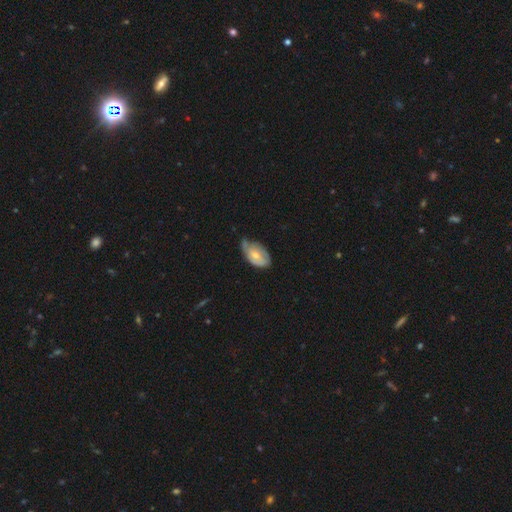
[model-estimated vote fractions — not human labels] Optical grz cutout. It shows a smooth galaxy with no disk features (50%) that is in between round and cigar-shaped (91%). Merging: minor disturbance (45%).